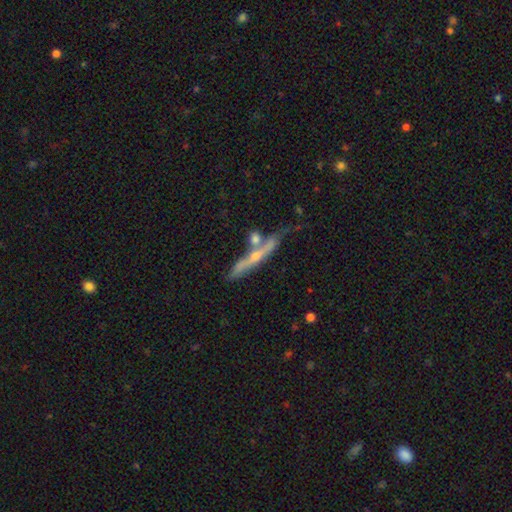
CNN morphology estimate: featured or disk 63%, smooth 30%, star or artifact 7%. Down the decision tree: edge-on disk — yes (88%); edge-on bulge — rounded (66%); merging — none (54%).